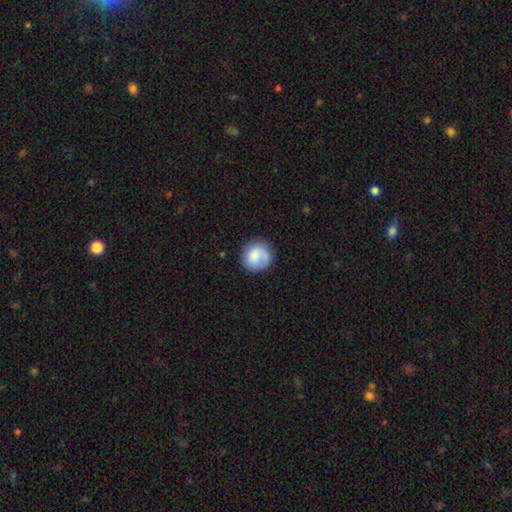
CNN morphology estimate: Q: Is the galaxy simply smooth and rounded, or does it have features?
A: smooth — 74%.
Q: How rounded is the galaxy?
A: round — 90%.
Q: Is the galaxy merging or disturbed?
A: none — 72%.